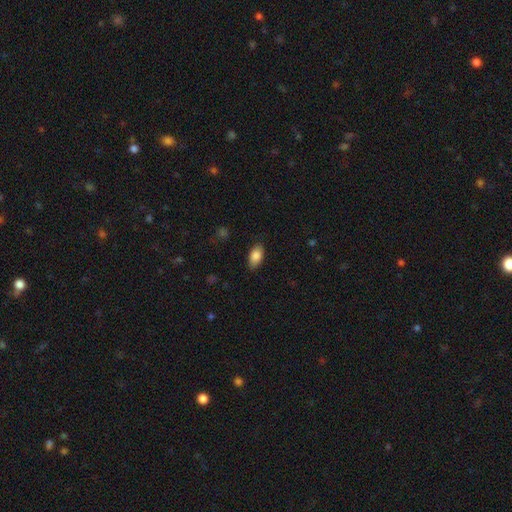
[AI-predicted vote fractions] Q: Smooth or featured?
A: smooth (85%); runner-up: featured or disk (8%)
Q: How rounded?
A: in between (91%); runner-up: cigar-shaped (4%)
Q: Merging?
A: none (84%); runner-up: minor disturbance (13%)